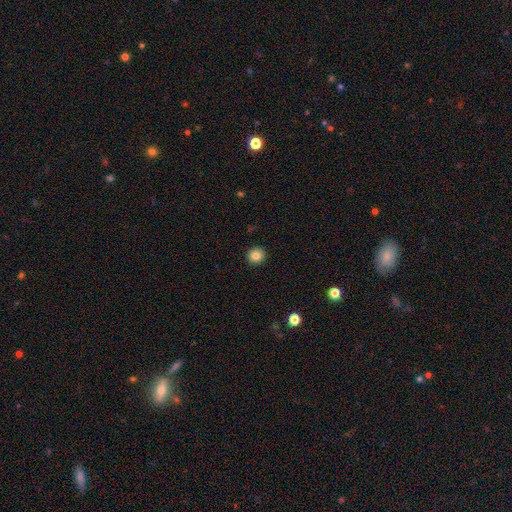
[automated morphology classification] type=smooth (83%); roundness=round (91%); merging=none (93%).